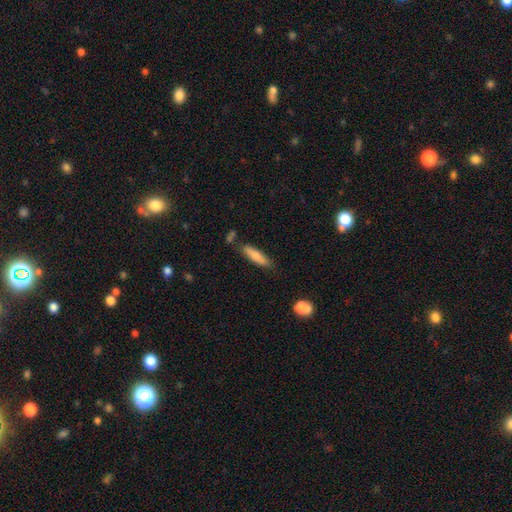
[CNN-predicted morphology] This appears to be a smooth galaxy with no disk features (76%) that is cigar-shaped (67%). Merging: none (73%).